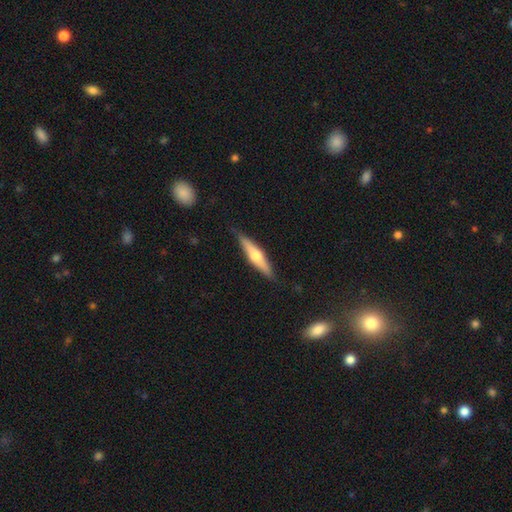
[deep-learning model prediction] This is possibly a featured or disk galaxy (57%). It is clearly viewed edge-on (95%). Edge-on bulge: clearly rounded (92%). Merging: clearly none (86%).